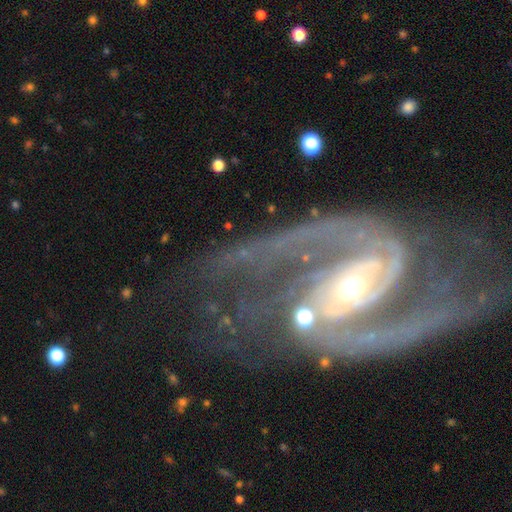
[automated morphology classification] smooth_or_featured: featured or disk (p=0.92) [alt: star or artifact p=0.05]
disk_edge_on: no (p=0.97) [alt: yes p=0.03]
bar: no (p=0.43) [alt: weak p=0.32]
has_spiral_arms: yes (p=0.97) [alt: no p=0.03]
spiral_winding: medium (p=0.49) [alt: tight p=0.35]
spiral_arm_count: 2 (p=0.80) [alt: can't tell p=0.06]
bulge_size: moderate (p=0.59) [alt: small p=0.33]
merging: none (p=0.55) [alt: major disturbance p=0.20]